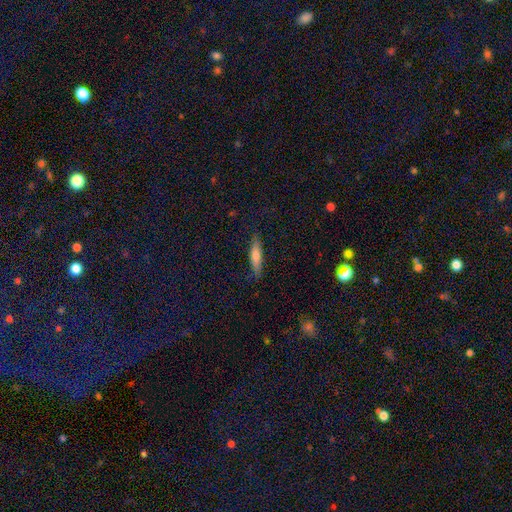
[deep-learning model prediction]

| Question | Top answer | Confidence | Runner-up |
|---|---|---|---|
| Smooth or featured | smooth | 65% | featured or disk (27%) |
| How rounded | cigar-shaped | 74% | in between (25%) |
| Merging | none | 80% | minor disturbance (15%) |